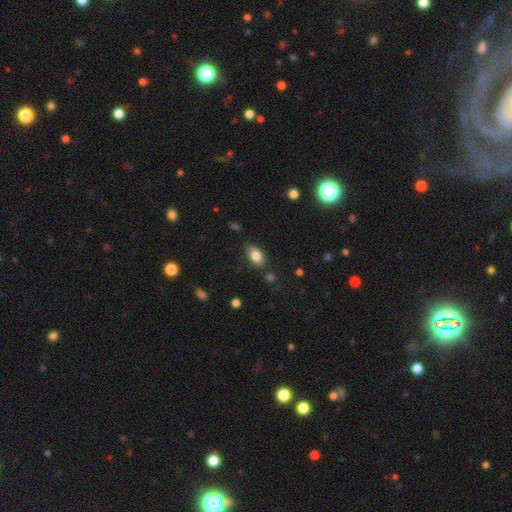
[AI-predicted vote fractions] Morphology: type=smooth (83%); roundness=in between (90%); merging=none (80%).